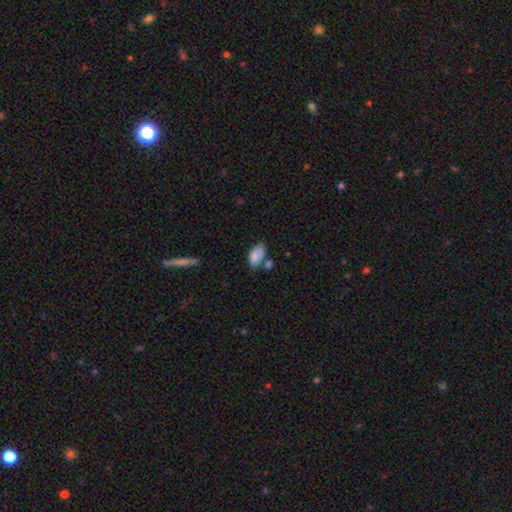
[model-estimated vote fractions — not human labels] This is clearly a smooth galaxy (81%). How rounded: clearly in between (93%). Merging: marginally none (44%).